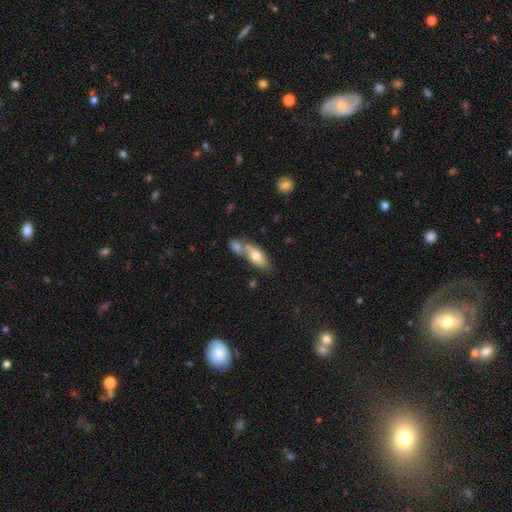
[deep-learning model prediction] A smooth galaxy with no disk features (70%) that is in between round and cigar-shaped (79%).

Vote fractions:
- Smooth or featured? smooth: 70% / featured or disk: 23% / star or artifact: 7%
- How rounded? in between: 79% / cigar-shaped: 17% / round: 4%
- Merging? merger: 52% / none: 32% / minor disturbance: 11% / major disturbance: 5%